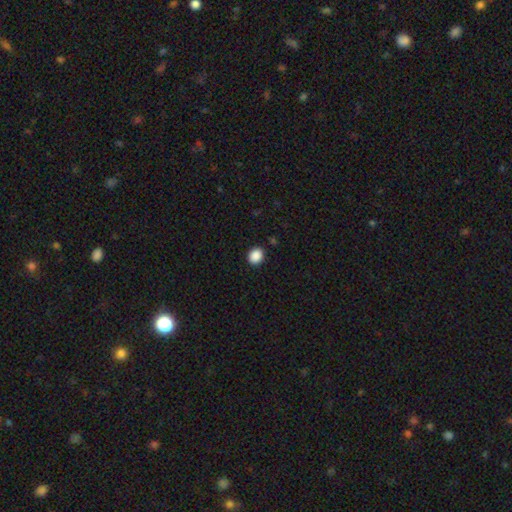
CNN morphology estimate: Q: Smooth or featured?
A: smooth (89%); runner-up: star or artifact (9%)
Q: How rounded?
A: round (58%); runner-up: in between (41%)
Q: Merging?
A: none (90%); runner-up: minor disturbance (7%)